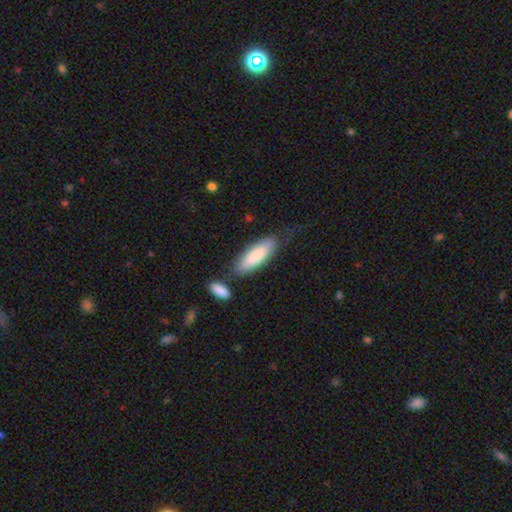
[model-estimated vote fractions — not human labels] smooth_or_featured: smooth (p=0.83) [alt: featured or disk p=0.12]
how_rounded: in between (p=0.58) [alt: cigar-shaped p=0.41]
merging: none (p=0.63) [alt: minor disturbance p=0.20]